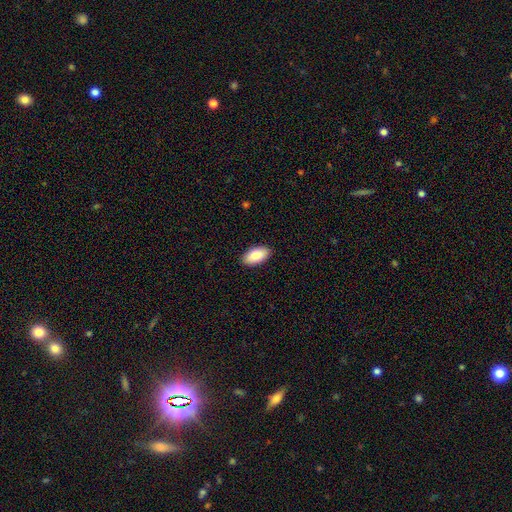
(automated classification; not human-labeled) The model was most divided on "smooth or featured": smooth: 85%, featured or disk: 9%, star or artifact: 6%. More confident: how rounded — in between (95%); merging — none (90%).